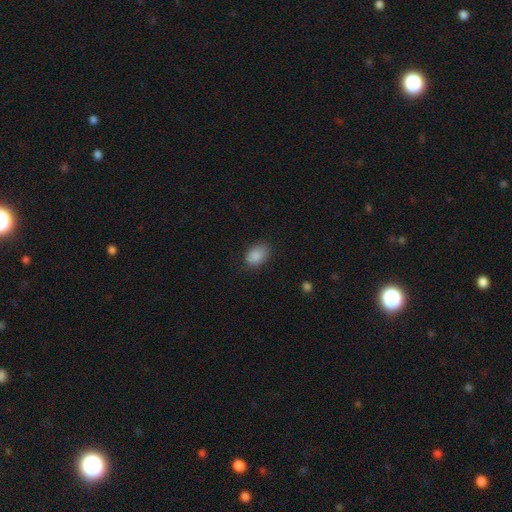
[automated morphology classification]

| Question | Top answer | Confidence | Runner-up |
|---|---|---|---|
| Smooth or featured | smooth | 88% | star or artifact (8%) |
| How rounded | in between | 83% | round (16%) |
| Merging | none | 76% | minor disturbance (18%) |